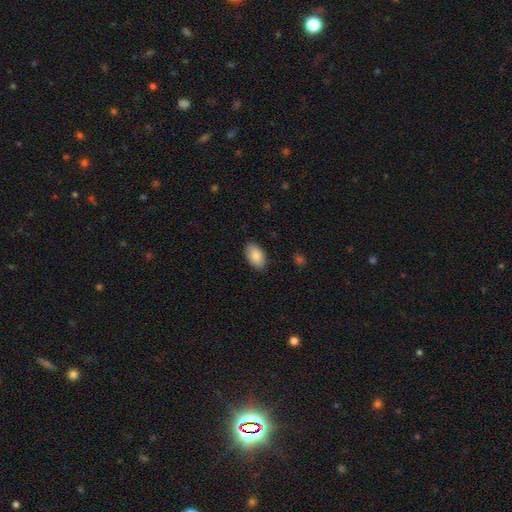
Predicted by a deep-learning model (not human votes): Q: Smooth or featured?
A: smooth (88%); runner-up: star or artifact (6%)
Q: How rounded?
A: in between (93%); runner-up: round (5%)
Q: Merging?
A: none (85%); runner-up: minor disturbance (11%)